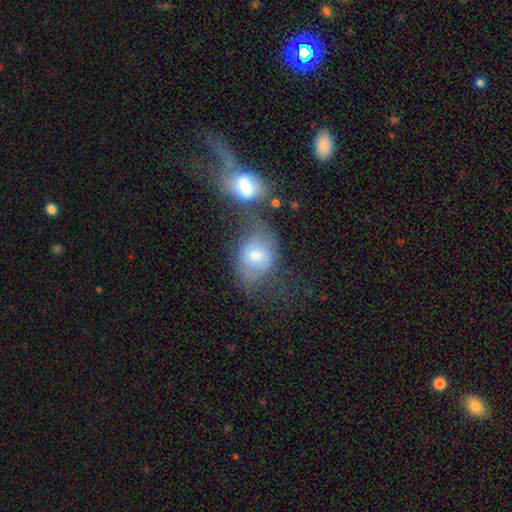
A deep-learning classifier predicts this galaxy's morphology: type=smooth (61%); roundness=in between (73%); merging=merger (38%).